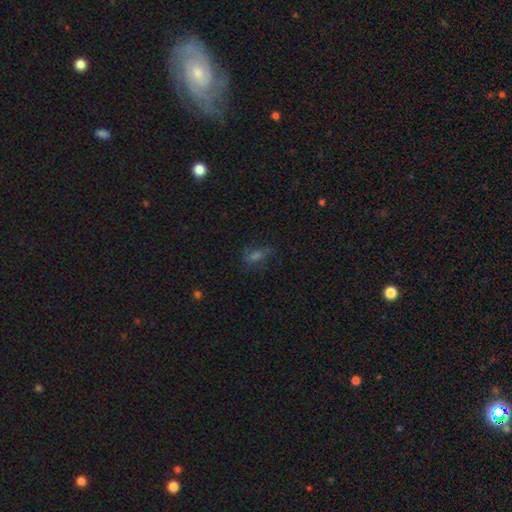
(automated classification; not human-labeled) smooth_or_featured: smooth (p=0.43) [alt: star or artifact p=0.30]
merging: none (p=0.63) [alt: minor disturbance p=0.21]